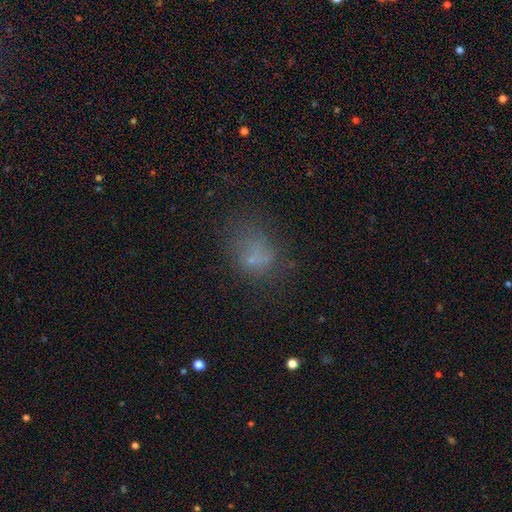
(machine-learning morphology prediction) smooth-or-featured: smooth: 59% | star or artifact: 23% | featured or disk: 19%
  how-rounded: in between: 53% | round: 46% | cigar-shaped: 1%
  merging: none: 48% | major disturbance: 24% | minor disturbance: 23% | merger: 5%